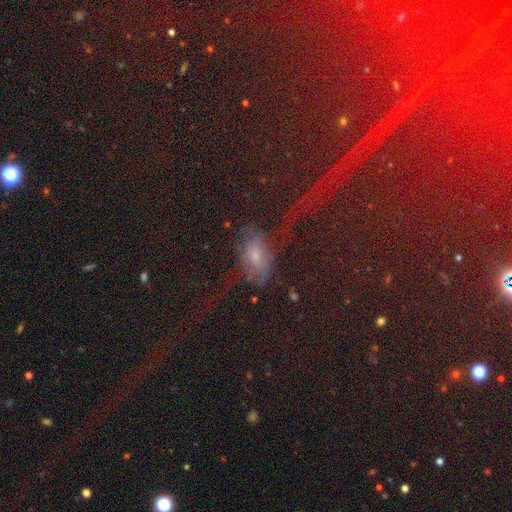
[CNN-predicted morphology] The model was most divided on "smooth or featured": smooth: 39%, featured or disk: 32%, star or artifact: 29%. More confident: merging — none (52%).